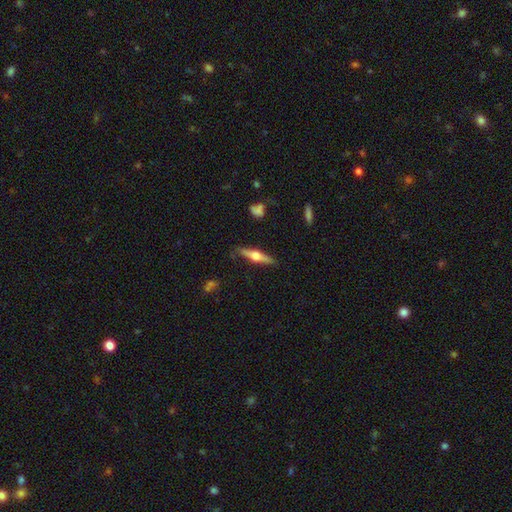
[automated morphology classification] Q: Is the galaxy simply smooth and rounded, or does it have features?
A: featured or disk — 68%.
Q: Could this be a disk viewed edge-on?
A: yes — 97%.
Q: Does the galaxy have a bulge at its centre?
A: rounded — 93%.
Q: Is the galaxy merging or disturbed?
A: none — 87%.